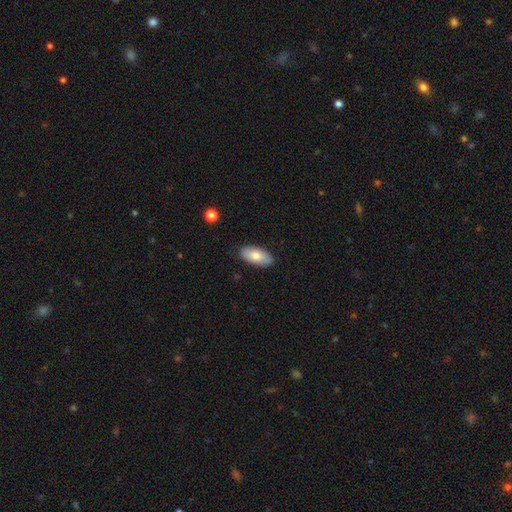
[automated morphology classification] Q: Smooth or featured?
A: smooth (80%); runner-up: featured or disk (14%)
Q: How rounded?
A: in between (93%); runner-up: cigar-shaped (5%)
Q: Merging?
A: none (86%); runner-up: minor disturbance (11%)